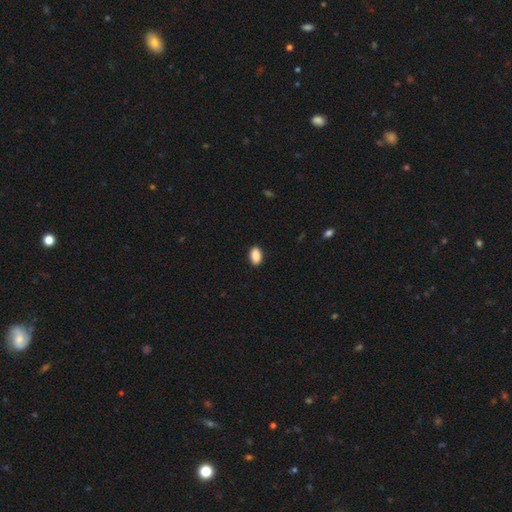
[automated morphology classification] Overall: smooth (89%). How rounded: in between (92%). Merging: none (90%).